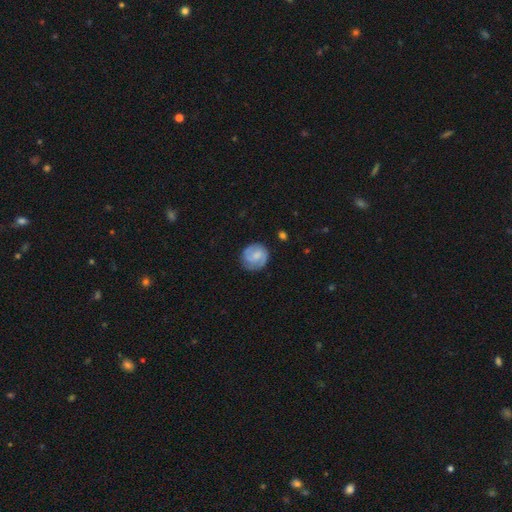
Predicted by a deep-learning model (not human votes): featured or disk 56%, smooth 37%, star or artifact 6%. Down the decision tree: edge-on disk — no (98%); bar — weak (47%); spiral arms — yes (89%); bulge size — small (38%); merging — none (78%).